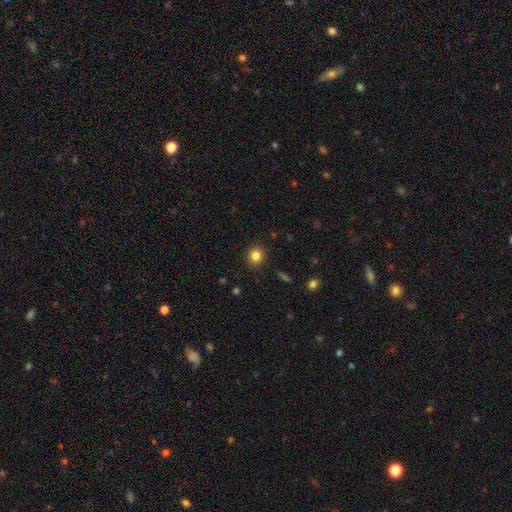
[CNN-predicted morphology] A smooth galaxy with no disk features (84%) that is round (84%). Merging: none (90%).